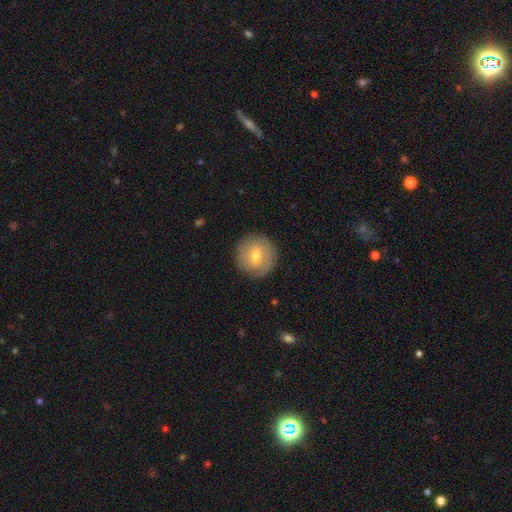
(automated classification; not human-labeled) Smooth or featured? Predicted: smooth (p=0.53). How rounded? Predicted: round (p=0.93). Merging? Predicted: none (p=0.86).